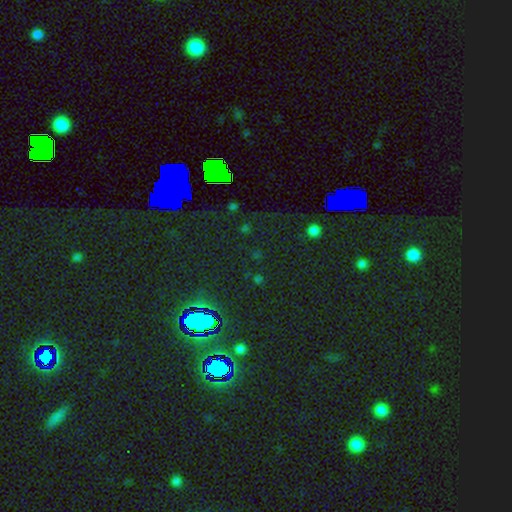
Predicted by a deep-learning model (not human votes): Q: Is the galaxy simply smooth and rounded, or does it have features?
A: star or artifact — 76%.